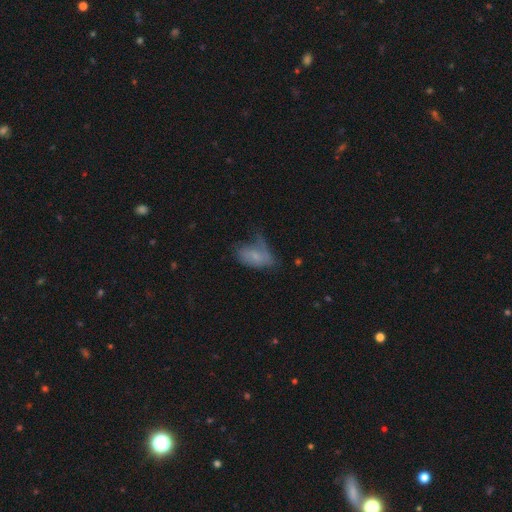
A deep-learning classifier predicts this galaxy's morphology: Smooth or featured? smooth (60%)
How rounded? in between (90%)
Merging? major disturbance (35%)